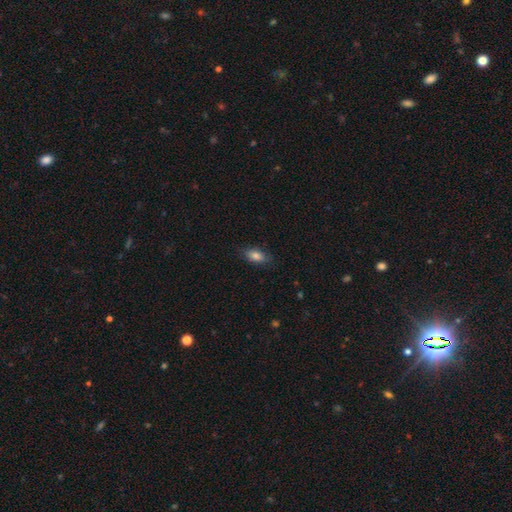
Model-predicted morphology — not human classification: Q: Smooth or featured?
A: smooth (80%); runner-up: featured or disk (12%)
Q: How rounded?
A: in between (84%); runner-up: cigar-shaped (11%)
Q: Merging?
A: none (81%); runner-up: minor disturbance (15%)